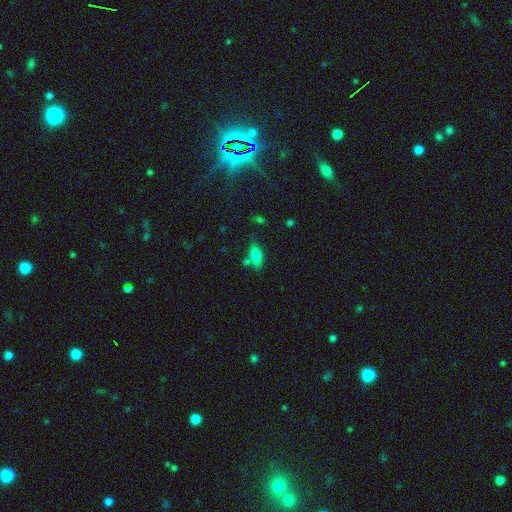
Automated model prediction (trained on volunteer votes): smooth_or_featured: smooth (p=0.76) [alt: featured or disk p=0.15]
how_rounded: in between (p=0.82) [alt: cigar-shaped p=0.15]
merging: none (p=0.65) [alt: minor disturbance p=0.16]